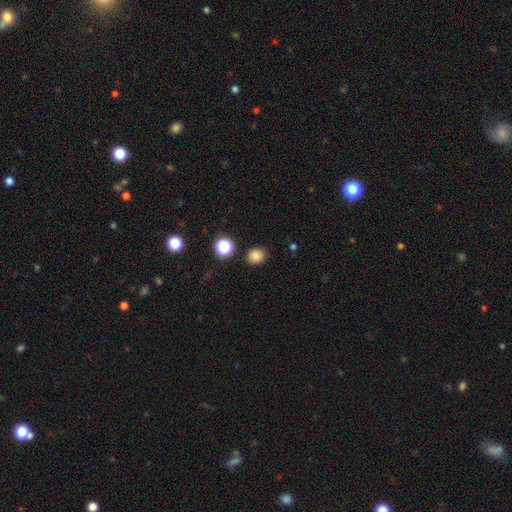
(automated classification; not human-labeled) Morphology: type=smooth (82%); roundness=round (78%); merging=none (86%).